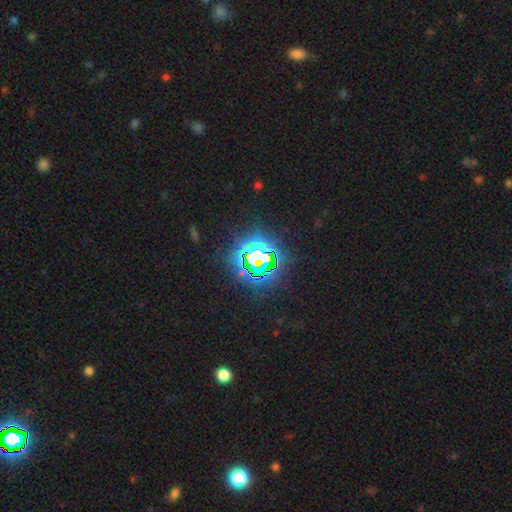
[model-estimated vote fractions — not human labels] Smooth or featured? Predicted: star or artifact (p=0.81).